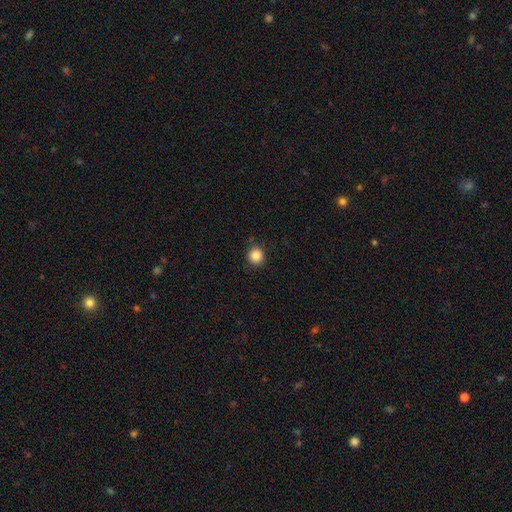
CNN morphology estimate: Smooth or featured: smooth — 86% (star or artifact — 10%)
How rounded: round — 90% (in between — 9%)
Merging: none — 89% (minor disturbance — 8%)